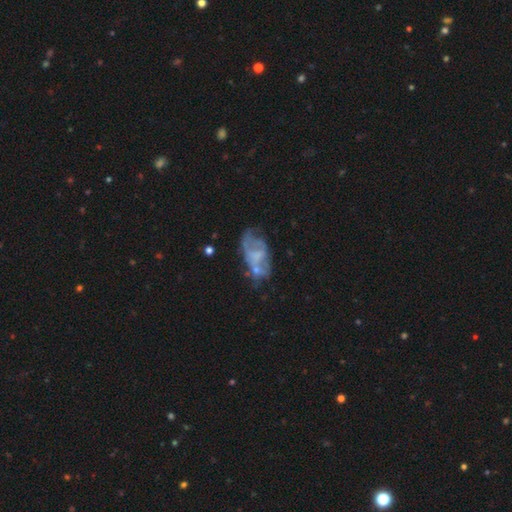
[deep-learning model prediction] A featured or disk galaxy (58%) with no bar (71%), no spiral arms (67%) and no central bulge (56%). Merging: none (35%).